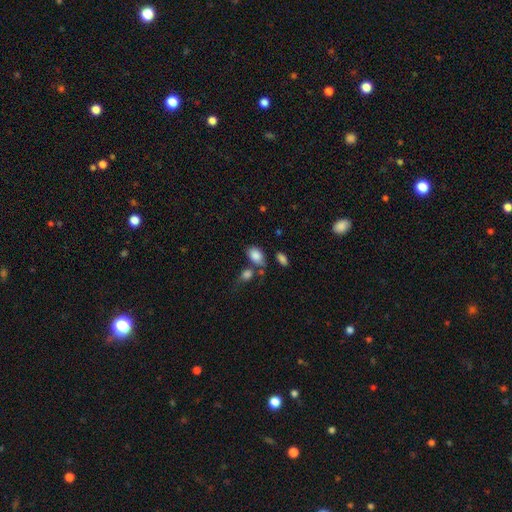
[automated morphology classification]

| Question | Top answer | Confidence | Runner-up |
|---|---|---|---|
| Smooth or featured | smooth | 85% | star or artifact (8%) |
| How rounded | in between | 86% | round (13%) |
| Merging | none | 55% | merger (20%) |